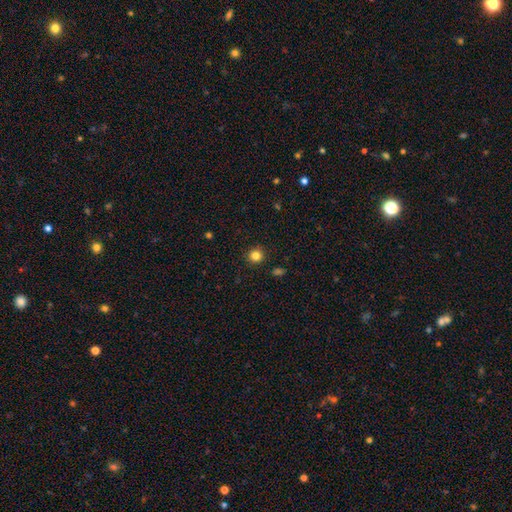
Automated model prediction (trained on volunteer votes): Morphology: type=smooth (83%); roundness=round (93%); merging=none (91%).